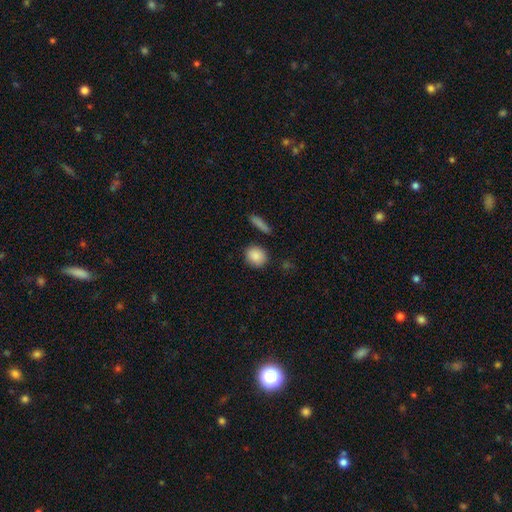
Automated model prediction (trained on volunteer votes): This is clearly a smooth galaxy (88%). How rounded: likely round (75%). Merging: clearly none (83%).